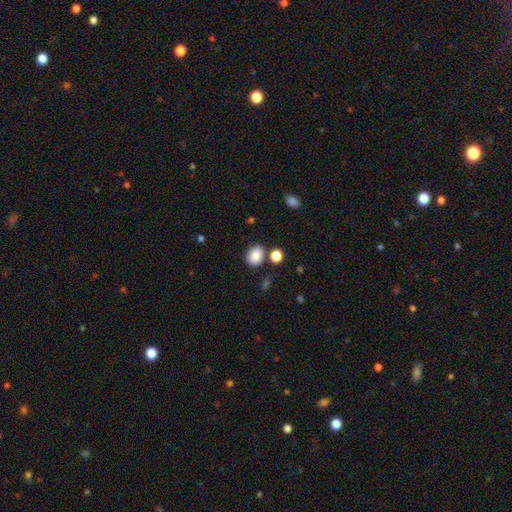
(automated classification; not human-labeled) smooth_or_featured: smooth (p=0.86) [alt: star or artifact p=0.09]
how_rounded: in between (p=0.50) [alt: round p=0.49]
merging: none (p=0.77) [alt: minor disturbance p=0.11]